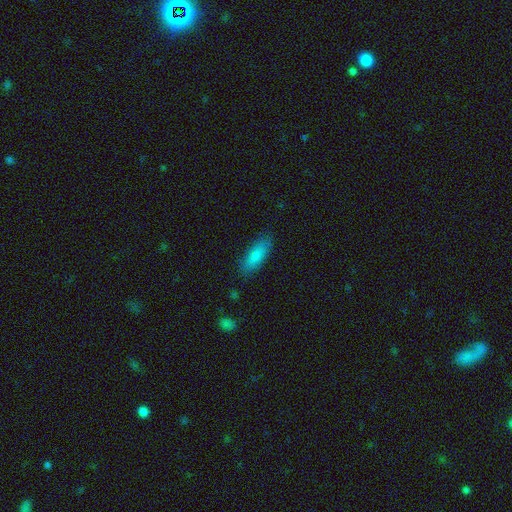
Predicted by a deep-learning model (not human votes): A smooth galaxy with no disk features (84%) that is in between round and cigar-shaped (69%).

Vote fractions:
- Smooth or featured? smooth: 84% / featured or disk: 10% / star or artifact: 6%
- How rounded? in between: 69% / cigar-shaped: 29% / round: 2%
- Merging? none: 83% / minor disturbance: 13% / major disturbance: 3% / merger: 1%